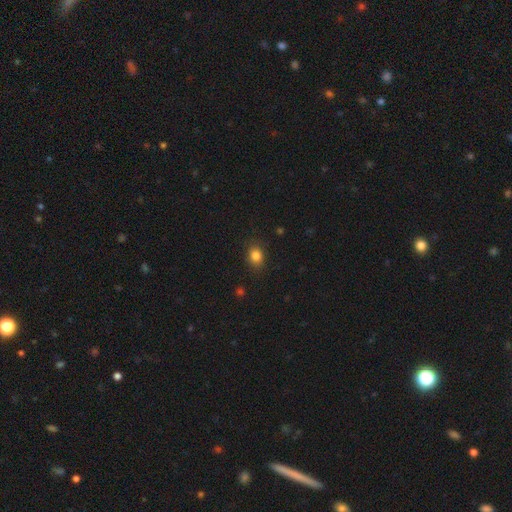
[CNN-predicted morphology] The model was most divided on "how rounded": in between: 51%, round: 48%, cigar-shaped: 1%. More confident: merging — none (85%); smooth or featured — smooth (83%).